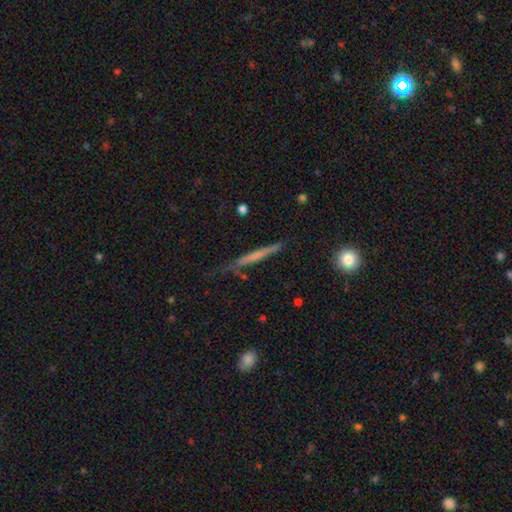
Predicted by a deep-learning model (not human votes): Smooth or featured?
  - featured or disk: 51% *
  - smooth: 42%
  - star or artifact: 7%
Edge-on disk?
  - yes: 94% *
  - no: 6%
Merging?
  - none: 71% *
  - minor disturbance: 20%
  - major disturbance: 6%
  - merger: 3%